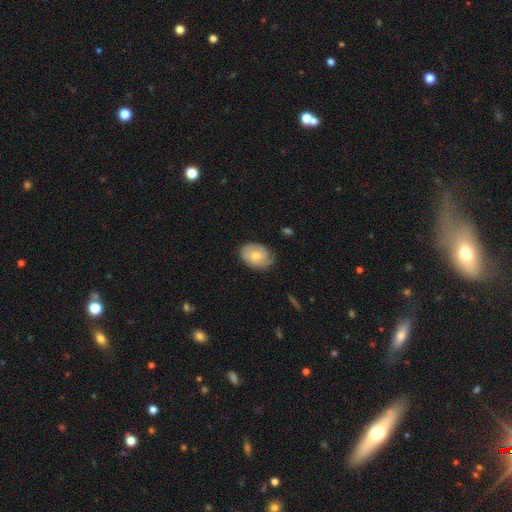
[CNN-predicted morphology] smooth_or_featured: smooth (p=0.54) [alt: featured or disk p=0.40]
how_rounded: in between (p=0.75) [alt: round p=0.24]
merging: none (p=0.72) [alt: minor disturbance p=0.22]